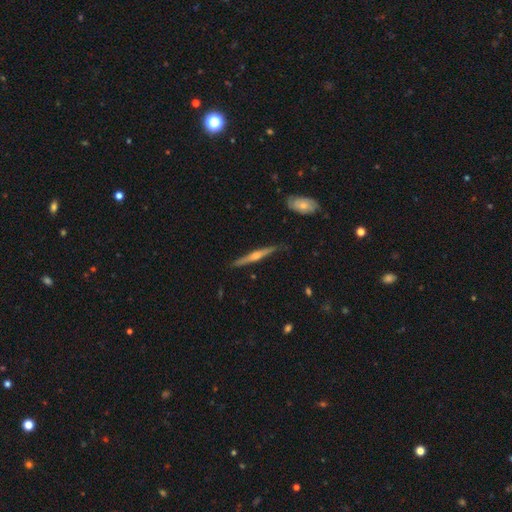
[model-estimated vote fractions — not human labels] A featured or disk galaxy (74%) viewed edge-on (98%) with a rounded central bulge (86%). Merging: none (87%).